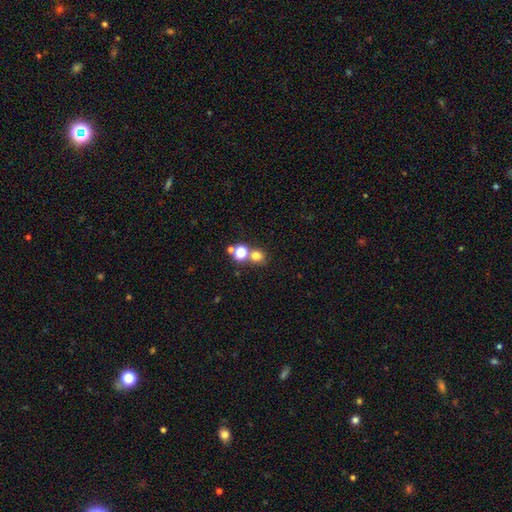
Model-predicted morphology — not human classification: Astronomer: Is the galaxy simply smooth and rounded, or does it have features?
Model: smooth — 71%.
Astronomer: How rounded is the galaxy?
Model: round — 84%.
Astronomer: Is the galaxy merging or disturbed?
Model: none — 59%.